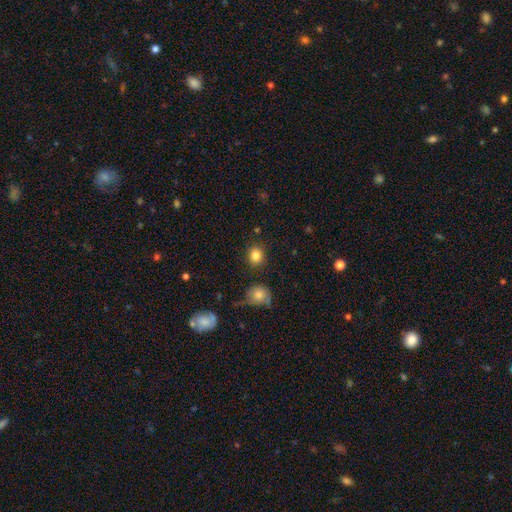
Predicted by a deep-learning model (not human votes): Smooth or featured: smooth — 84% (star or artifact — 10%)
How rounded: round — 78% (in between — 20%)
Merging: none — 84% (minor disturbance — 9%)